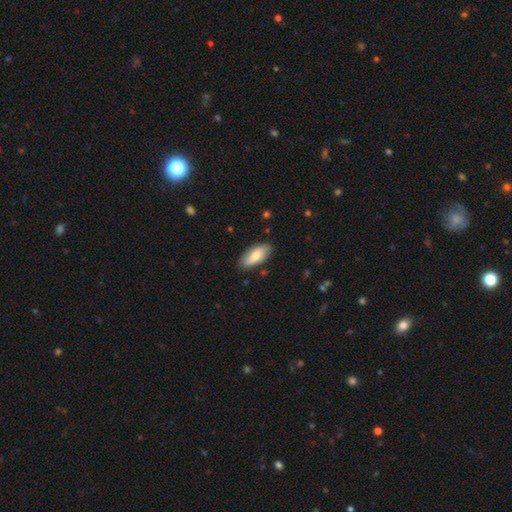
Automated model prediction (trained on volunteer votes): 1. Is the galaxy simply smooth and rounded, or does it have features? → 69% smooth, 25% featured or disk, 5% star or artifact.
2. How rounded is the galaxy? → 87% in between, 11% cigar-shaped, 2% round.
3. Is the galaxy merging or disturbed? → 84% none, 12% minor disturbance, 2% major disturbance, 1% merger.